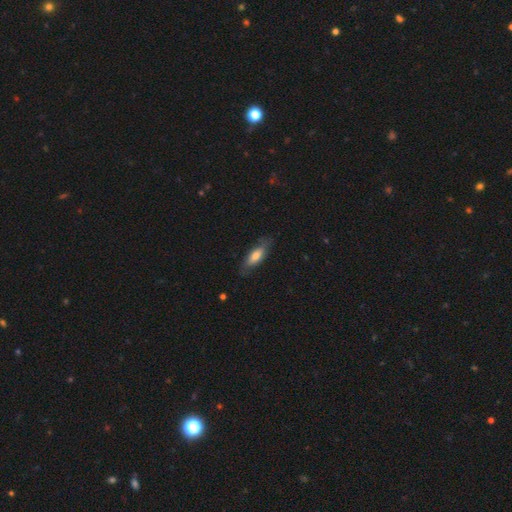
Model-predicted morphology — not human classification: type=smooth (67%); roundness=in between (61%); merging=none (76%).